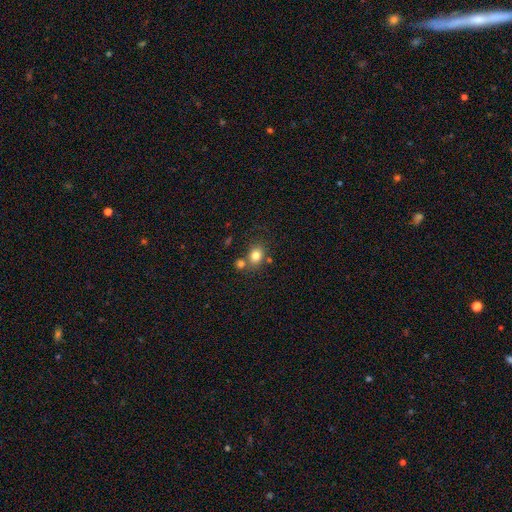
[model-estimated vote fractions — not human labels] A smooth galaxy with no disk features (81%) that is round (57%).

Vote fractions:
- Smooth or featured? smooth: 81% / star or artifact: 12% / featured or disk: 8%
- How rounded? round: 57% / in between: 42% / cigar-shaped: 1%
- Merging? none: 61% / merger: 24% / minor disturbance: 11% / major disturbance: 4%